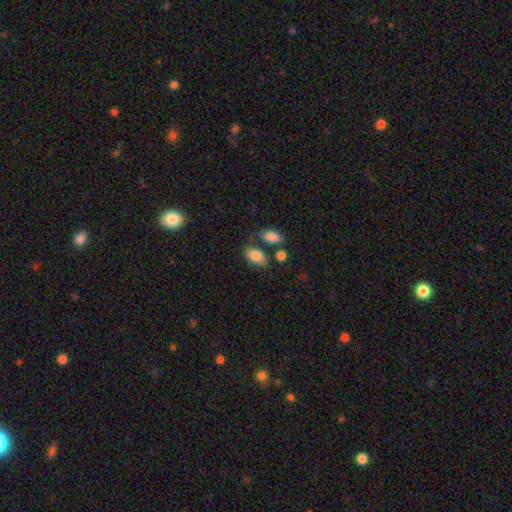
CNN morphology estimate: Overall: smooth (84%). How rounded: in between (92%). Merging: none (67%).